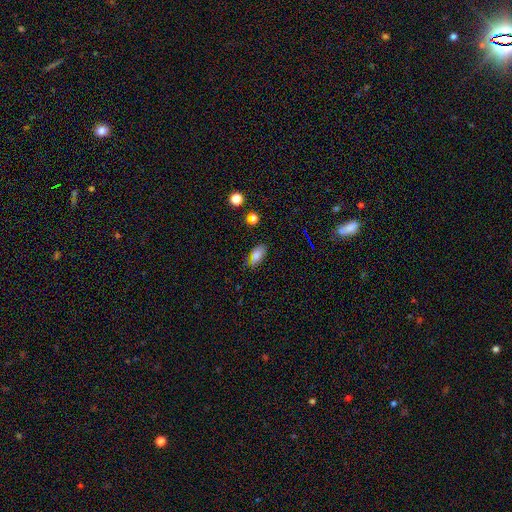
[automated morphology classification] Smooth or featured?
  - smooth: 74% *
  - star or artifact: 15%
  - featured or disk: 11%
How rounded?
  - in between: 85% *
  - cigar-shaped: 9%
  - round: 6%
Merging?
  - none: 71% *
  - minor disturbance: 21%
  - major disturbance: 5%
  - merger: 3%